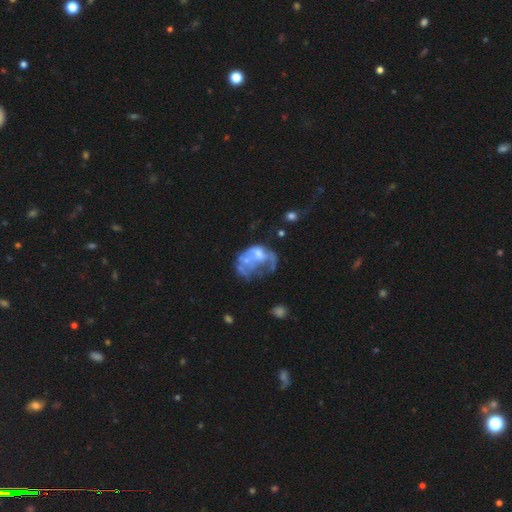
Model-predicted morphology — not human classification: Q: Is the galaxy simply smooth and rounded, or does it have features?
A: featured or disk — 61%.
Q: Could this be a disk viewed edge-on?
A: no — 98%.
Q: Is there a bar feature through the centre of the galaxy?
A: no — 86%.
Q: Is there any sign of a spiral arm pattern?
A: no — 82%.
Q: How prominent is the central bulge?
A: none — 41%.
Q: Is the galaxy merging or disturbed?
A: major disturbance — 42%.